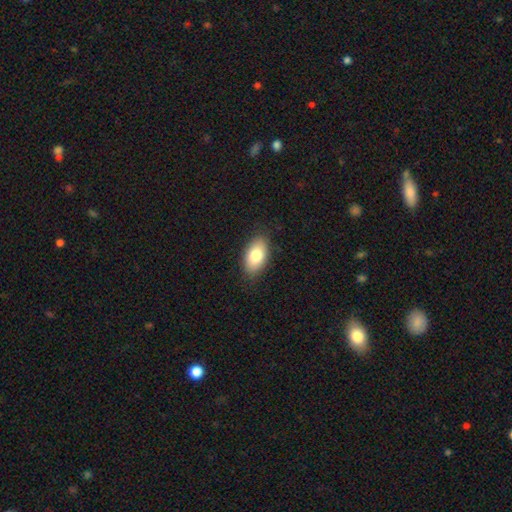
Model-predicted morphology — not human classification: Smooth or featured? smooth (80%)
How rounded? in between (93%)
Merging? none (86%)